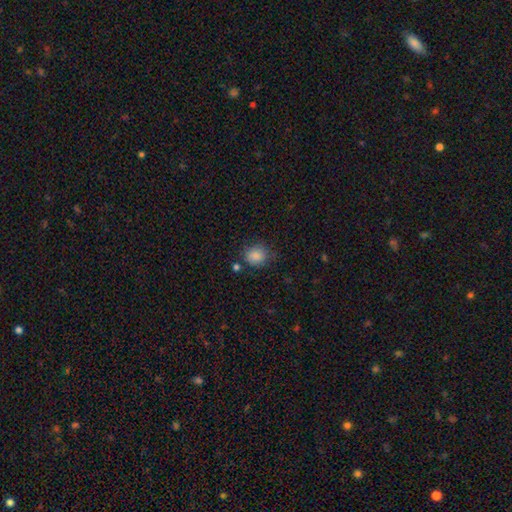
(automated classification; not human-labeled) Smooth or featured? smooth (86%)
How rounded? round (79%)
Merging? none (75%)